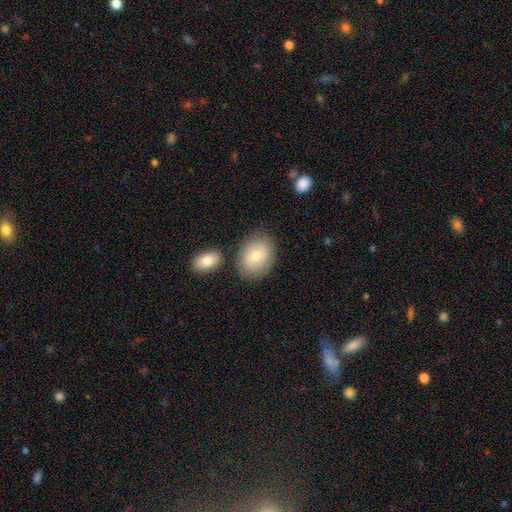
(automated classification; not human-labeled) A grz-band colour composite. It shows a smooth galaxy with no disk features (79%) that is in between round and cigar-shaped (68%). Merging: none (76%).